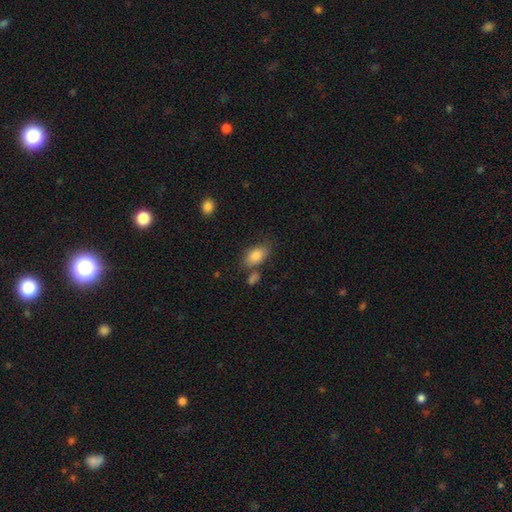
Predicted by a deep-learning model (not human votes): Smooth or featured? Predicted: smooth (p=0.83). How rounded? Predicted: in between (p=0.89). Merging? Predicted: none (p=0.64).